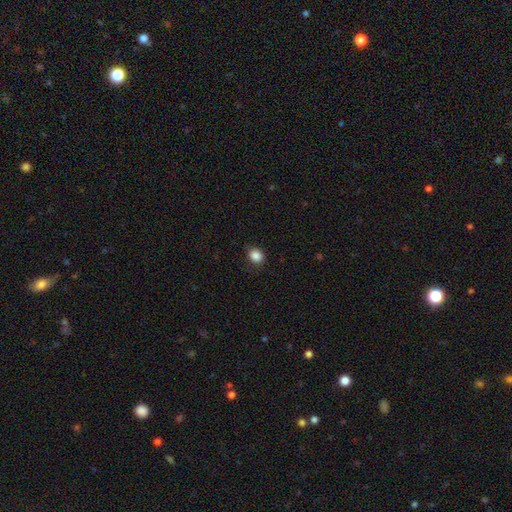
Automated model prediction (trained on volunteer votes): Smooth or featured? Predicted: smooth (p=0.87). How rounded? Predicted: round (p=0.63). Merging? Predicted: none (p=0.84).